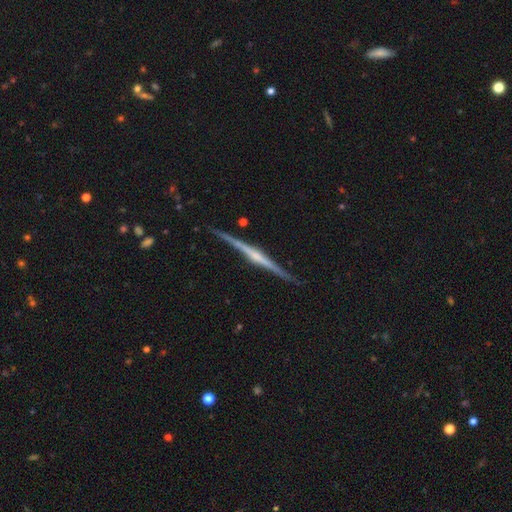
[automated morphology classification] Smooth or featured: featured or disk — 83% (smooth — 12%)
Edge-on disk: yes — 98% (no — 2%)
Edge-on bulge: rounded — 55% (none — 27%)
Merging: none — 89% (minor disturbance — 8%)